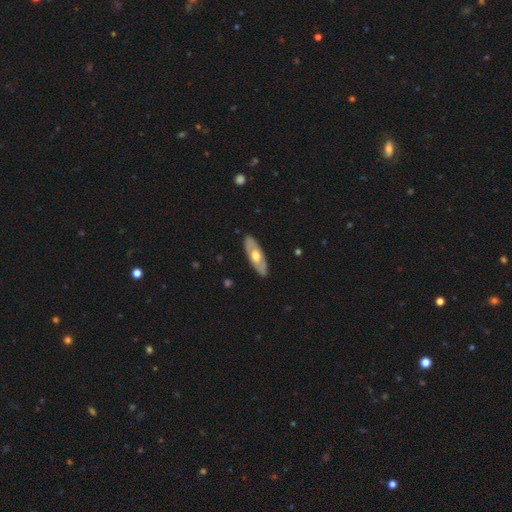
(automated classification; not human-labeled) smooth_or_featured: featured or disk (p=0.54) [alt: smooth p=0.42]
disk_edge_on: no (p=0.69) [alt: yes p=0.31]
merging: none (p=0.87) [alt: minor disturbance p=0.10]